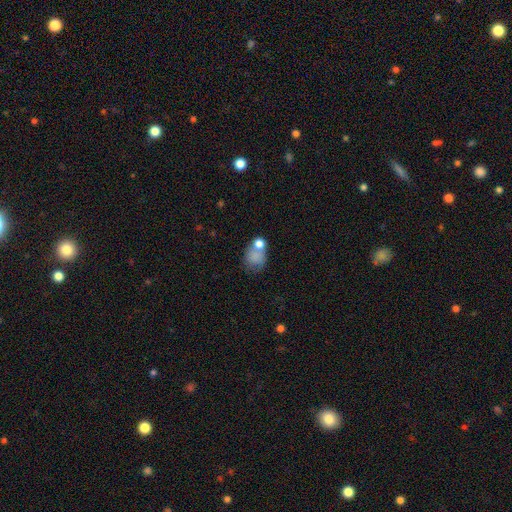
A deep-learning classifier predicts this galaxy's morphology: A smooth galaxy with no disk features (74%) that is in between round and cigar-shaped (50%). Merging: none (36%).